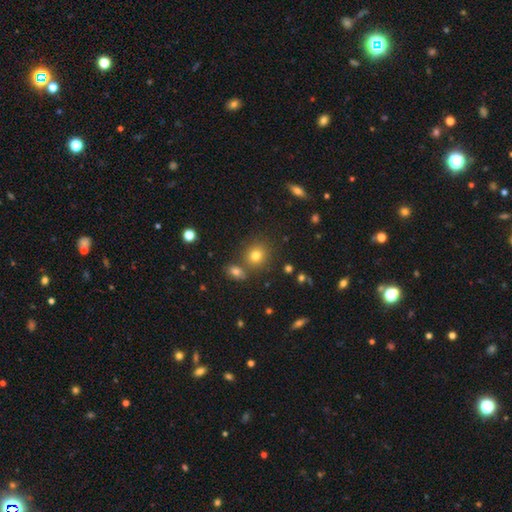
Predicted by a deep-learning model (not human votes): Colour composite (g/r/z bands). It shows a smooth galaxy with no disk features (77%) that is round (80%). Merging: none (73%).